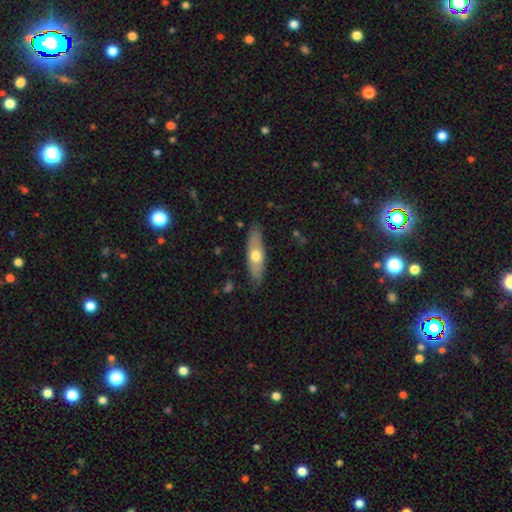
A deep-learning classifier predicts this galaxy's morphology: smooth_or_featured: smooth (p=0.55) [alt: featured or disk p=0.40]
how_rounded: in between (p=0.51) [alt: cigar-shaped p=0.46]
merging: none (p=0.84) [alt: minor disturbance p=0.12]